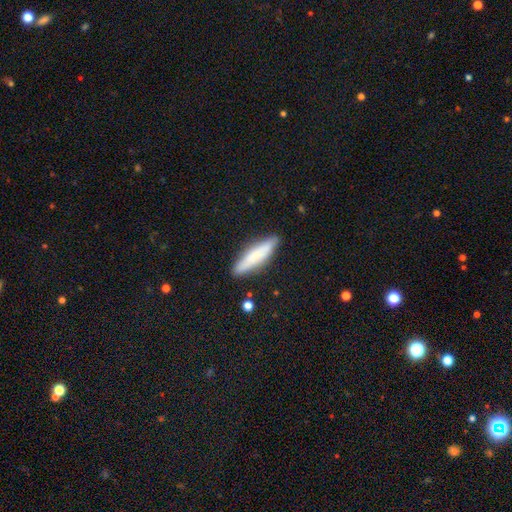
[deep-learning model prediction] This is likely a smooth galaxy (73%). How rounded: likely cigar-shaped (78%). Merging: clearly none (86%).